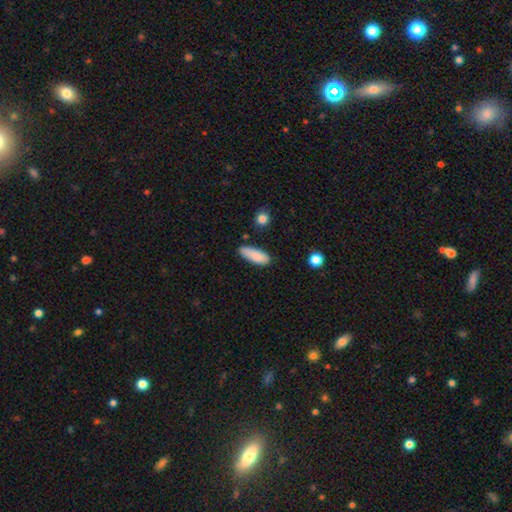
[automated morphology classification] Overall: smooth (86%). How rounded: in between (71%). Merging: none (71%).